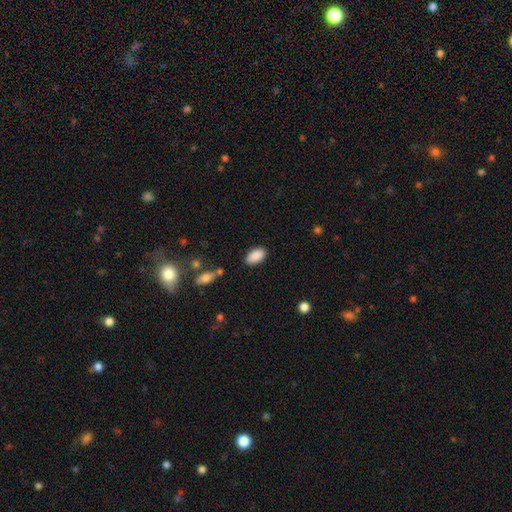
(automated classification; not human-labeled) Smooth or featured? smooth (89%)
How rounded? in between (94%)
Merging? none (85%)